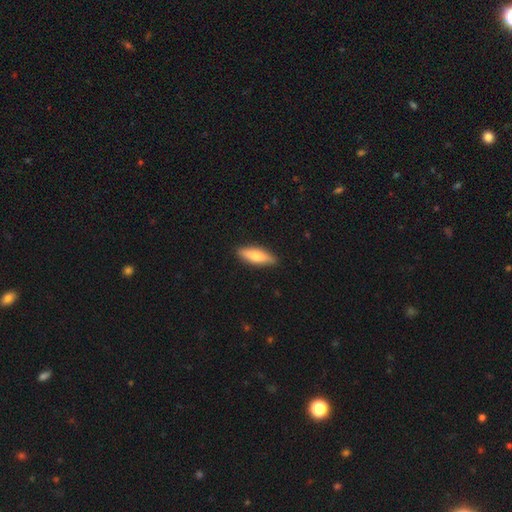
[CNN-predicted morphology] smooth 69%, featured or disk 25%, star or artifact 5%. Down the decision tree: how rounded — cigar-shaped (50%); merging — none (89%).